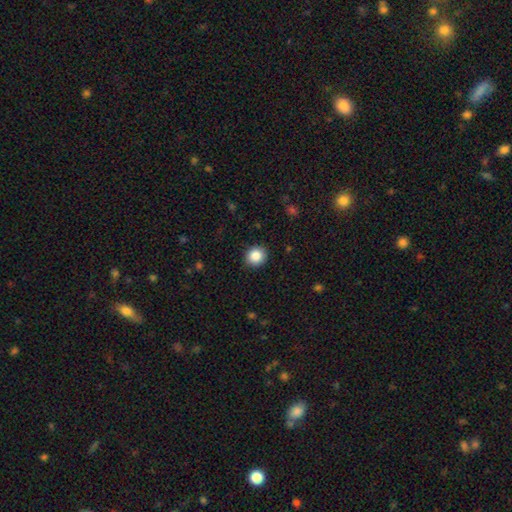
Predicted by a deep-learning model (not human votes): Smooth or featured?
  - smooth: 87% *
  - star or artifact: 9%
  - featured or disk: 4%
How rounded?
  - round: 85% *
  - in between: 14%
  - cigar-shaped: 1%
Merging?
  - none: 90% *
  - minor disturbance: 7%
  - major disturbance: 2%
  - merger: 1%